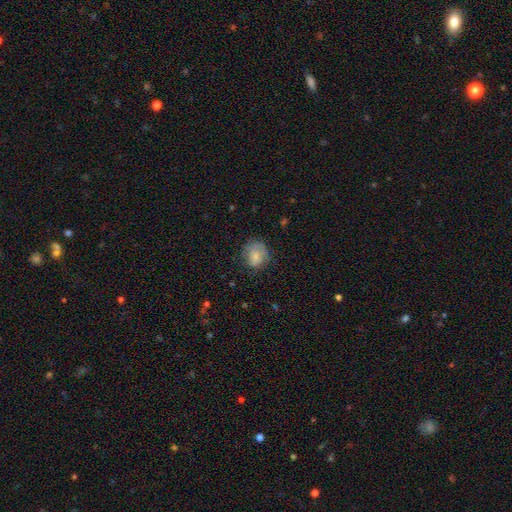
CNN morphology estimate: smooth_or_featured: smooth (p=0.70) [alt: featured or disk p=0.21]
how_rounded: round (p=0.68) [alt: in between p=0.31]
merging: none (p=0.63) [alt: minor disturbance p=0.25]